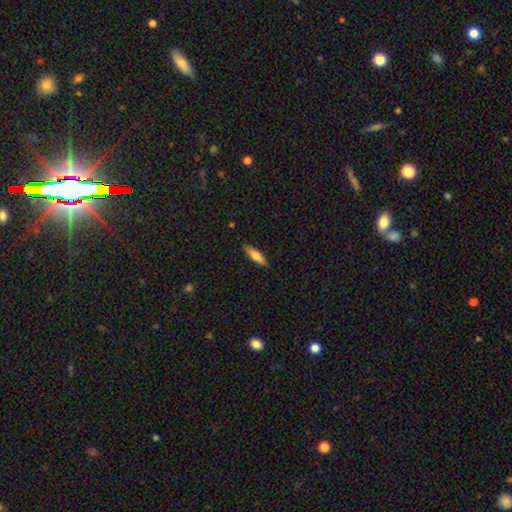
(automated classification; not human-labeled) smooth-or-featured: smooth: 63% | featured or disk: 31% | star or artifact: 6%
  how-rounded: cigar-shaped: 64% | in between: 34% | round: 2%
  merging: none: 88% | minor disturbance: 9% | major disturbance: 2% | merger: 1%